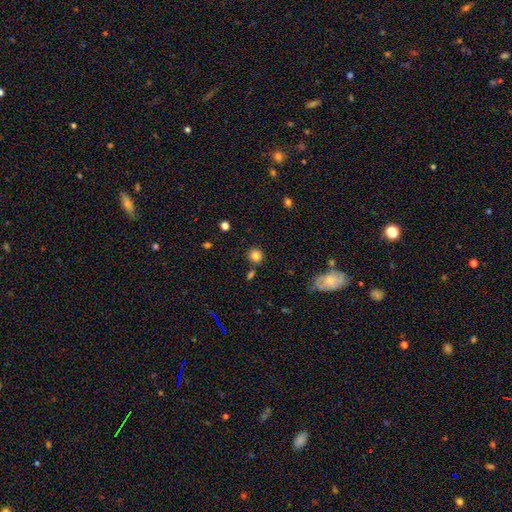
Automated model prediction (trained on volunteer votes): Smooth or featured? smooth (83%)
How rounded? round (91%)
Merging? none (82%)